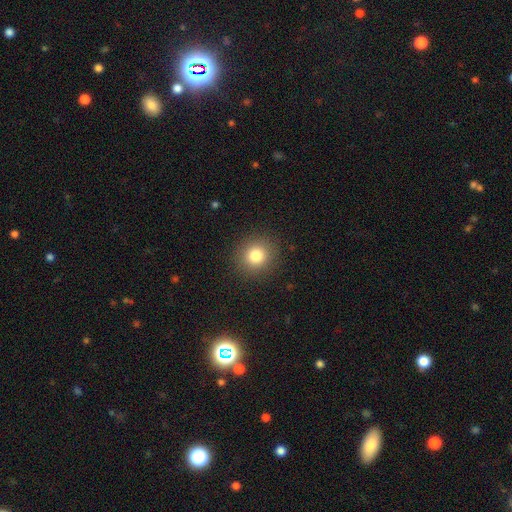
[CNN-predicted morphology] Smooth or featured: smooth — 81% (star or artifact — 12%)
How rounded: round — 89% (in between — 10%)
Merging: none — 90% (minor disturbance — 6%)